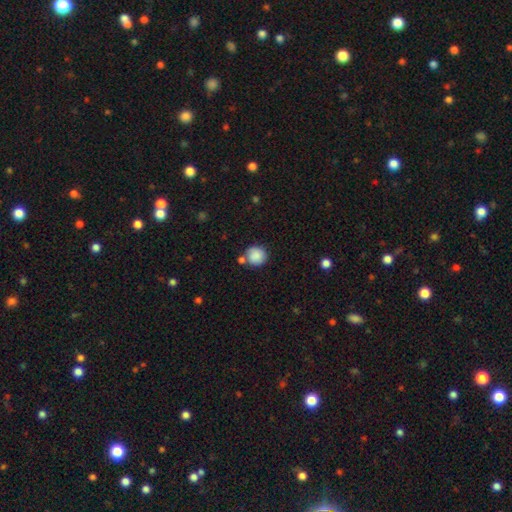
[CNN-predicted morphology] This is clearly a smooth galaxy (87%). How rounded: clearly round (91%). Merging: likely none (67%).